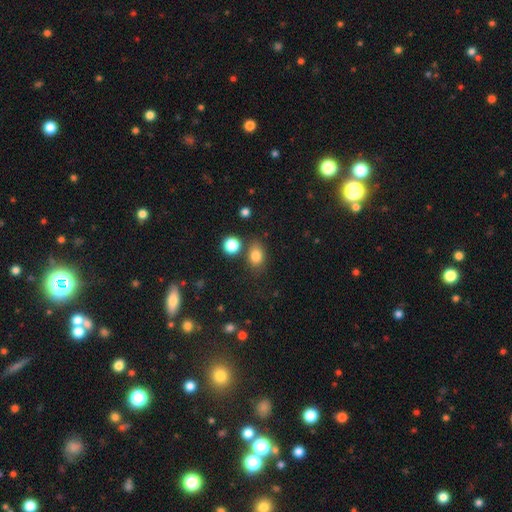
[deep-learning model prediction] The model was most divided on "how rounded": in between: 69%, round: 29%, cigar-shaped: 2%. More confident: smooth or featured — smooth (82%); merging — none (71%).